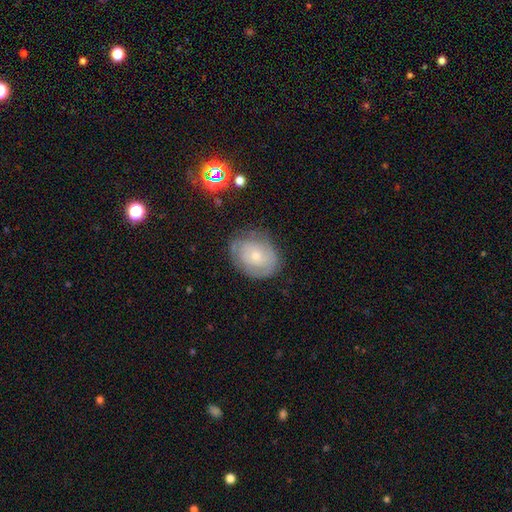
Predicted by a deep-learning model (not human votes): This is possibly a featured or disk galaxy (52%). It is clearly not viewed edge-on (96%). Bar: clearly no (83%). Spiral arm pattern: likely yes (63%). Central bulge: likely small (71%). Merging: likely none (70%).